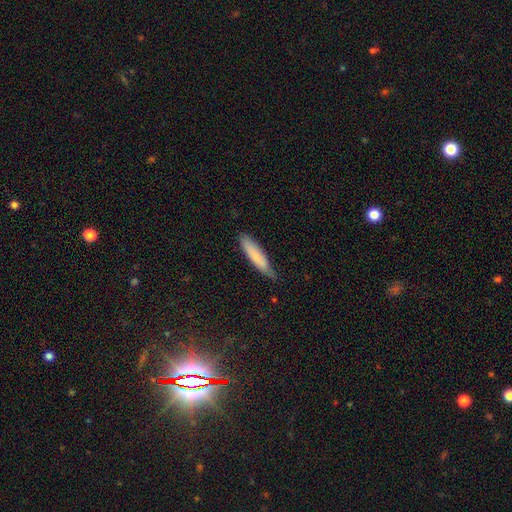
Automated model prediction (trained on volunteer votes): Morphology: type=smooth (79%); roundness=cigar-shaped (79%); merging=none (68%).